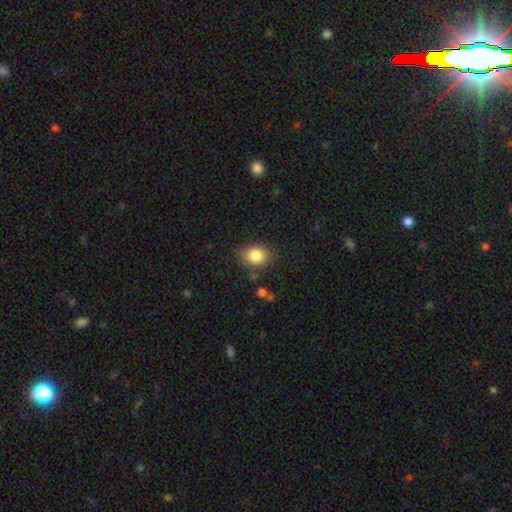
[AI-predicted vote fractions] Smooth or featured?
  - smooth: 85% *
  - star or artifact: 9%
  - featured or disk: 6%
How rounded?
  - in between: 55% *
  - round: 44%
  - cigar-shaped: 1%
Merging?
  - none: 80% *
  - minor disturbance: 14%
  - major disturbance: 4%
  - merger: 2%